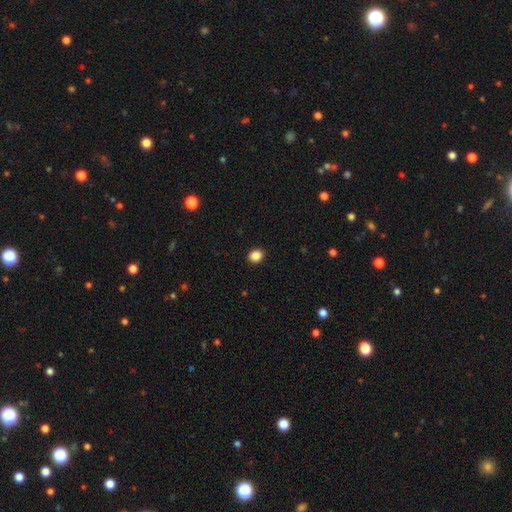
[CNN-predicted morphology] Smooth or featured: smooth — 87% (star or artifact — 10%)
How rounded: round — 67% (in between — 32%)
Merging: none — 92% (minor disturbance — 6%)